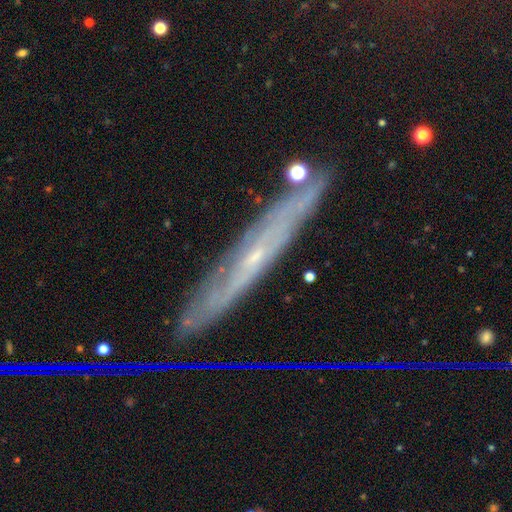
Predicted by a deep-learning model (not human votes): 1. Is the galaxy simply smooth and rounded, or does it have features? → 70% featured or disk, 16% smooth, 13% star or artifact.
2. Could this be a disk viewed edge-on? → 67% yes, 33% no.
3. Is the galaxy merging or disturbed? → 79% none, 15% minor disturbance, 4% major disturbance, 3% merger.